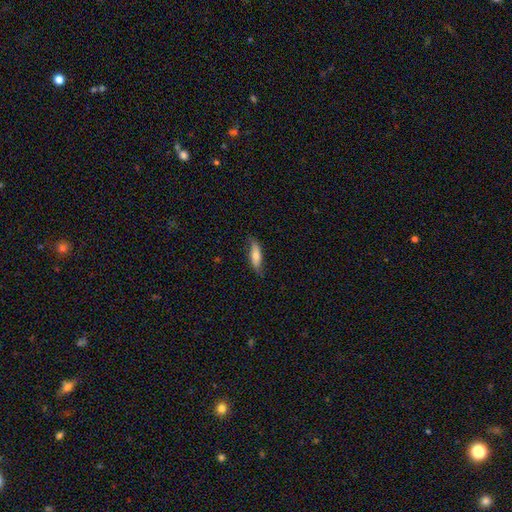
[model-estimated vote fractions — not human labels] Q: Smooth or featured?
A: smooth (58%); runner-up: featured or disk (36%)
Q: How rounded?
A: cigar-shaped (49%); runner-up: in between (48%)
Q: Merging?
A: none (72%); runner-up: minor disturbance (22%)